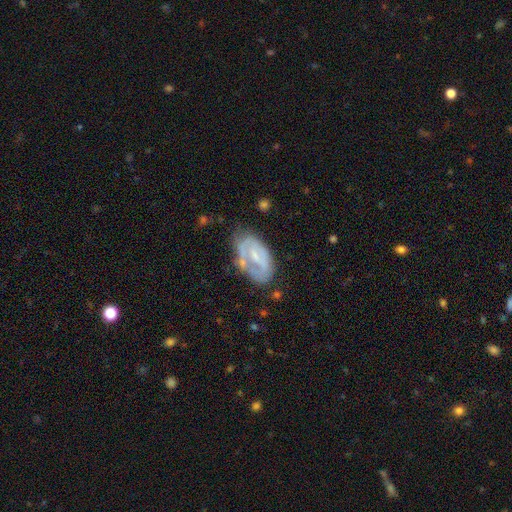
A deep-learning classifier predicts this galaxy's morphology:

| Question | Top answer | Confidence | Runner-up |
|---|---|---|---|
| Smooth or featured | featured or disk | 65% | smooth (28%) |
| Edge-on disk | no | 94% | yes (6%) |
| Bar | weak | 42% | no (38%) |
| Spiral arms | yes | 55% | no (45%) |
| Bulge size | small | 51% | moderate (28%) |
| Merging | none | 50% | minor disturbance (28%) |